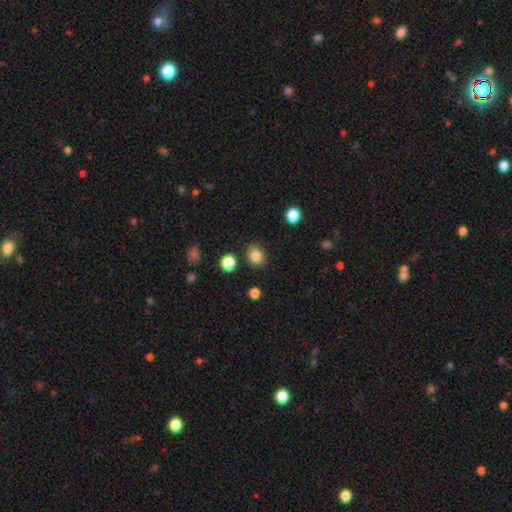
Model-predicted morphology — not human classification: This appears to be a smooth galaxy with no disk features (84%) that is round (55%). Merging: none (85%).